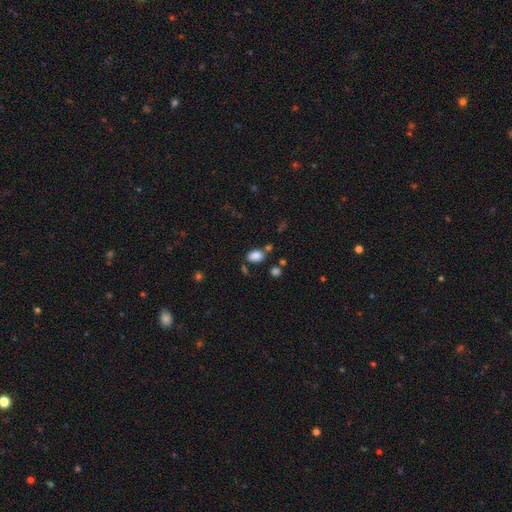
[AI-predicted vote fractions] A smooth galaxy with no disk features (85%) that is in between round and cigar-shaped (85%). Merging: none (70%).